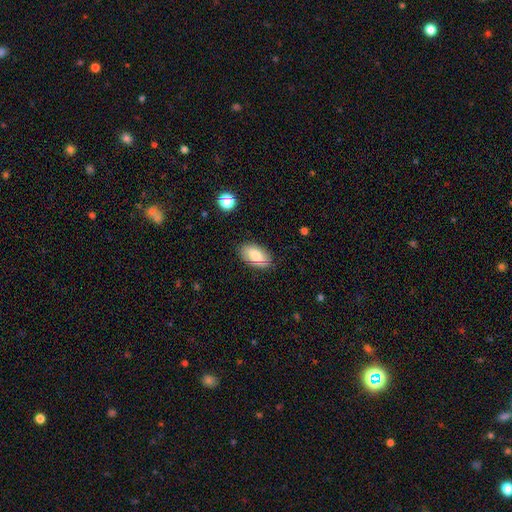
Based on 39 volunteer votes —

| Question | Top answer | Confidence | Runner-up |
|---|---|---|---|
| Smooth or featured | smooth | 79% | featured or disk (15%) |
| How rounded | in between | 81% | round (19%) |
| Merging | none | 89% | major disturbance (5%) |